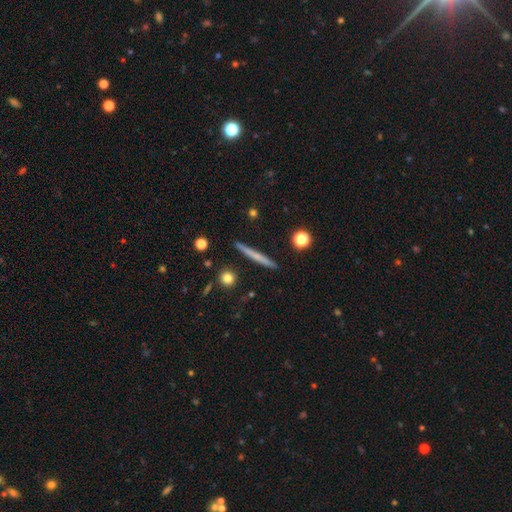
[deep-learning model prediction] smooth-or-featured: smooth: 49% | featured or disk: 44% | star or artifact: 7%
  merging: none: 91% | minor disturbance: 6% | merger: 2% | major disturbance: 1%